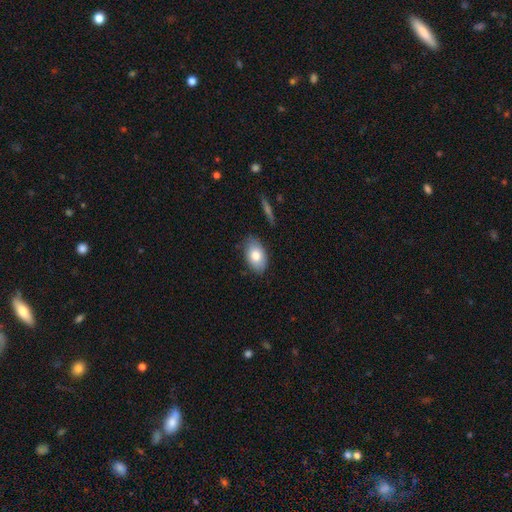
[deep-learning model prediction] The model was most divided on "smooth or featured": smooth: 79%, featured or disk: 14%, star or artifact: 7%. More confident: how rounded — in between (90%); merging — none (82%).